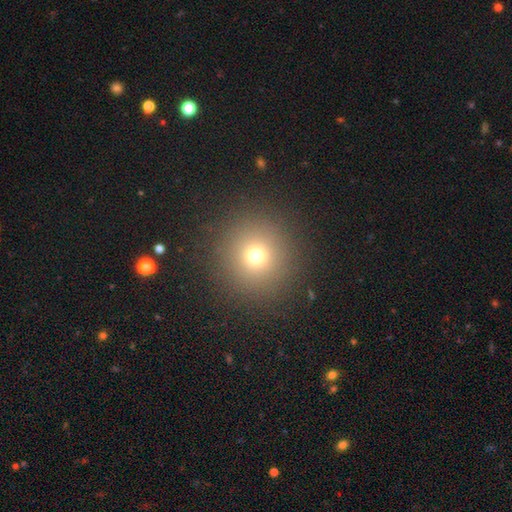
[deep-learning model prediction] Q: Smooth or featured?
A: smooth (72%); runner-up: star or artifact (19%)
Q: How rounded?
A: round (95%); runner-up: in between (4%)
Q: Merging?
A: none (90%); runner-up: minor disturbance (5%)